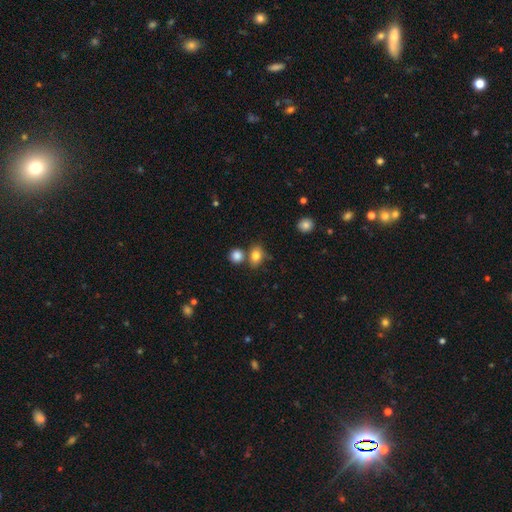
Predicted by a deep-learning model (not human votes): The model was most divided on "how rounded": in between: 53%, round: 45%, cigar-shaped: 1%. More confident: smooth or featured — smooth (81%); merging — none (64%).